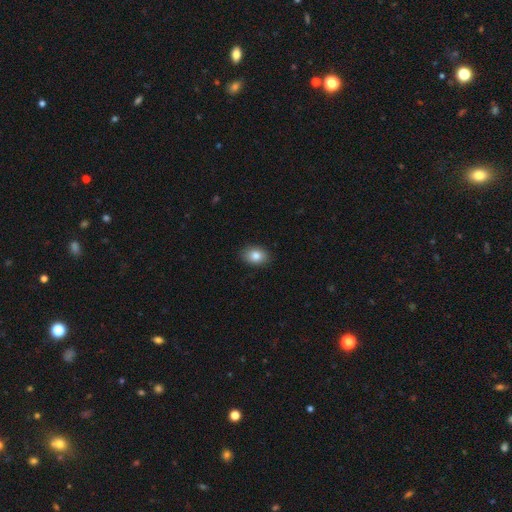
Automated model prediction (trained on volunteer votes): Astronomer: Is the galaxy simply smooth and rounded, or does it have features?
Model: smooth — 84%.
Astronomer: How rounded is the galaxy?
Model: in between — 75%.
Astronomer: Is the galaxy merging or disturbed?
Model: none — 89%.